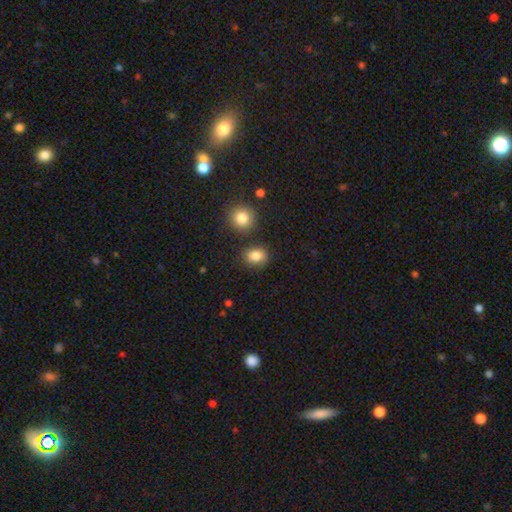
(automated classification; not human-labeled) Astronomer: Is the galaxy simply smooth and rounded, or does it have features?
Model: smooth — 84%.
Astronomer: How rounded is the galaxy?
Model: round — 51% (runner-up: in between, 48%).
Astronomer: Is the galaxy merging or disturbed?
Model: none — 80%.